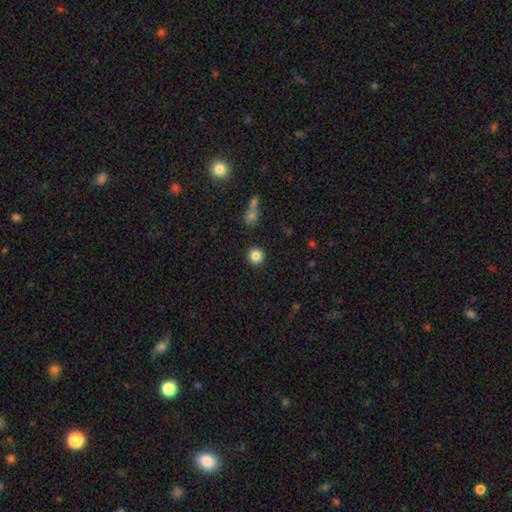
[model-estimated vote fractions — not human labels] Morphology: type=smooth (84%); roundness=round (92%); merging=none (90%).